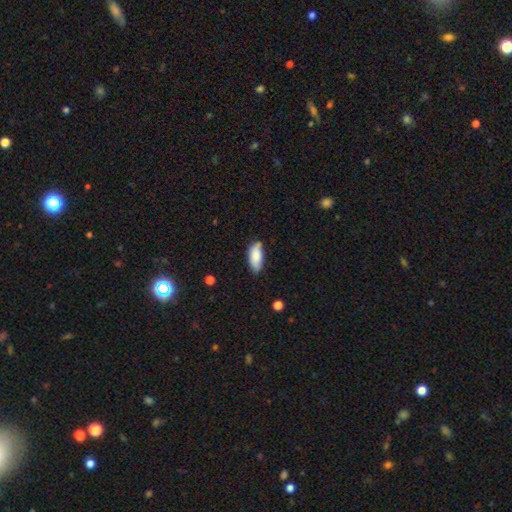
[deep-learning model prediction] Q: Smooth or featured?
A: smooth (85%); runner-up: featured or disk (9%)
Q: How rounded?
A: in between (86%); runner-up: cigar-shaped (12%)
Q: Merging?
A: none (64%); runner-up: minor disturbance (28%)